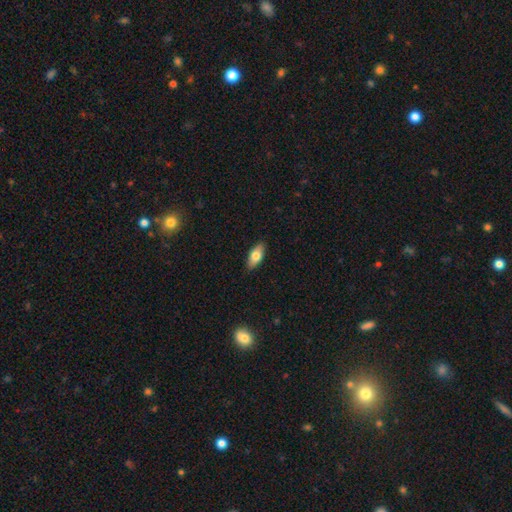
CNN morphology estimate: This is likely a smooth galaxy (74%). How rounded: clearly in between (85%). Merging: clearly none (88%).